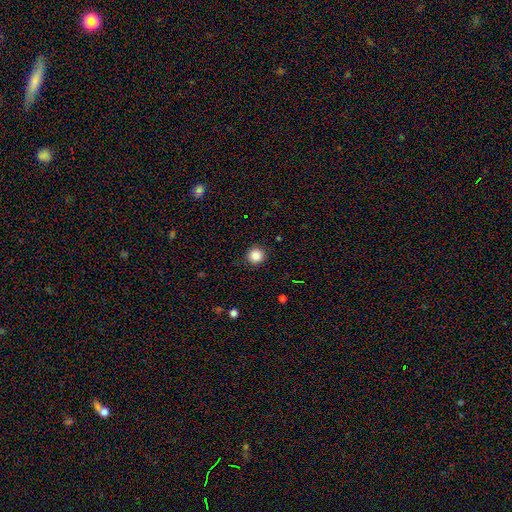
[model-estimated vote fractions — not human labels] A smooth galaxy with no disk features (87%) that is round (94%).

Vote fractions:
- Smooth or featured? smooth: 87% / star or artifact: 10% / featured or disk: 3%
- How rounded? round: 94% / in between: 5% / cigar-shaped: 1%
- Merging? none: 91% / minor disturbance: 6% / major disturbance: 2% / merger: 1%